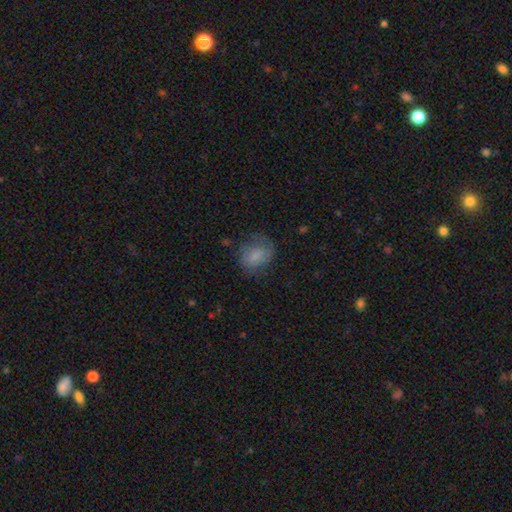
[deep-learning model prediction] Smooth or featured?
  - smooth: 73% *
  - featured or disk: 18%
  - star or artifact: 9%
How rounded?
  - in between: 53% *
  - round: 46%
  - cigar-shaped: 1%
Merging?
  - none: 52% *
  - minor disturbance: 28%
  - major disturbance: 18%
  - merger: 2%